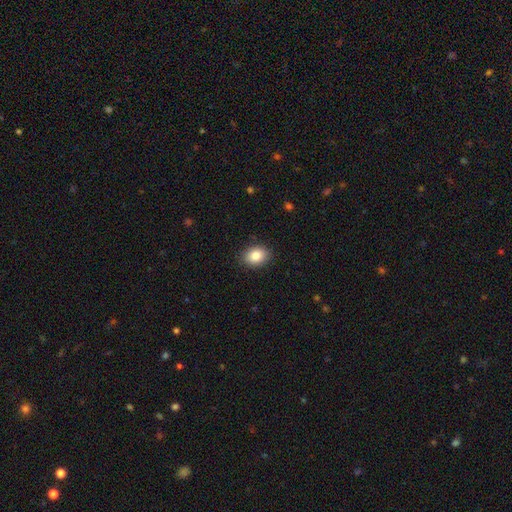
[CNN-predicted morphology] Smooth or featured? Predicted: smooth (p=0.85). How rounded? Predicted: in between (p=0.68). Merging? Predicted: none (p=0.89).